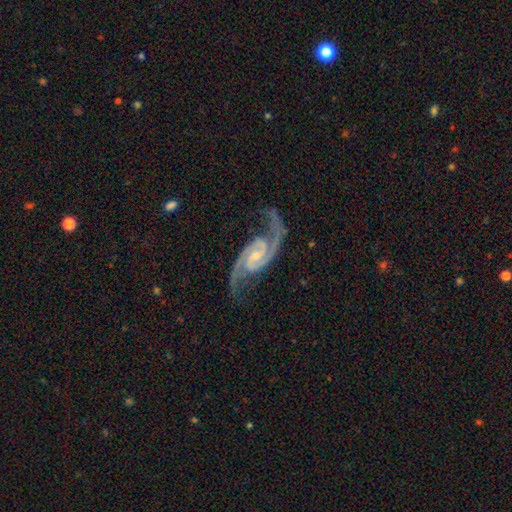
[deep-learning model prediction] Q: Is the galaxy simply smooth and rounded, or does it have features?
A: featured or disk — 94%.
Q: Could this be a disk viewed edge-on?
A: no — 98%.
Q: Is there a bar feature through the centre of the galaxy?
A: weak — 47%.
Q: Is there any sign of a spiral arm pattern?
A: yes — 99%.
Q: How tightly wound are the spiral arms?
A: medium — 60%.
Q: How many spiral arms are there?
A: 2 — 94%.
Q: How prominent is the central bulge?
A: small — 65%.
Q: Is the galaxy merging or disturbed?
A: none — 78%.